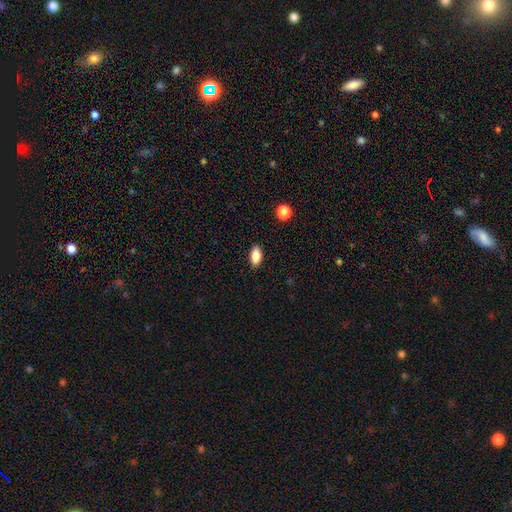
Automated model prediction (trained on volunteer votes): Smooth or featured?
  - smooth: 84% *
  - star or artifact: 8%
  - featured or disk: 8%
How rounded?
  - in between: 89% *
  - cigar-shaped: 7%
  - round: 4%
Merging?
  - none: 89% *
  - minor disturbance: 8%
  - major disturbance: 2%
  - merger: 1%